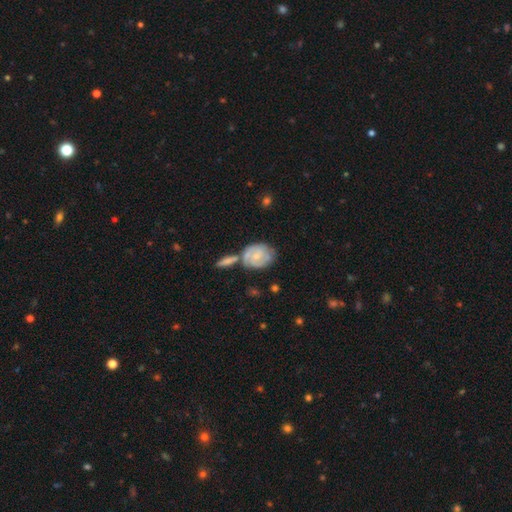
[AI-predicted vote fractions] Q: Smooth or featured?
A: featured or disk (63%); runner-up: smooth (30%)
Q: Edge-on disk?
A: no (96%); runner-up: yes (4%)
Q: Bar?
A: no (63%); runner-up: weak (31%)
Q: Spiral arms?
A: yes (85%); runner-up: no (15%)
Q: Spiral winding?
A: tight (57%); runner-up: medium (33%)
Q: Spiral arm count?
A: 2 (48%); runner-up: can't tell (31%)
Q: Bulge size?
A: small (62%); runner-up: moderate (30%)
Q: Merging?
A: none (46%); runner-up: merger (27%)